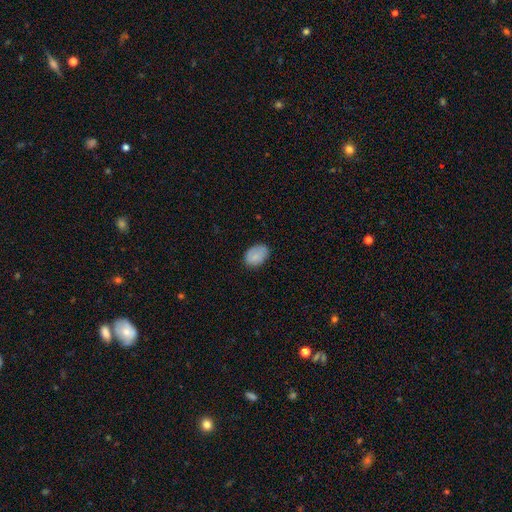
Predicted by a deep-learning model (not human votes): This appears to be a smooth galaxy with no disk features (82%) that is in between round and cigar-shaped (84%). Merging: none (77%).